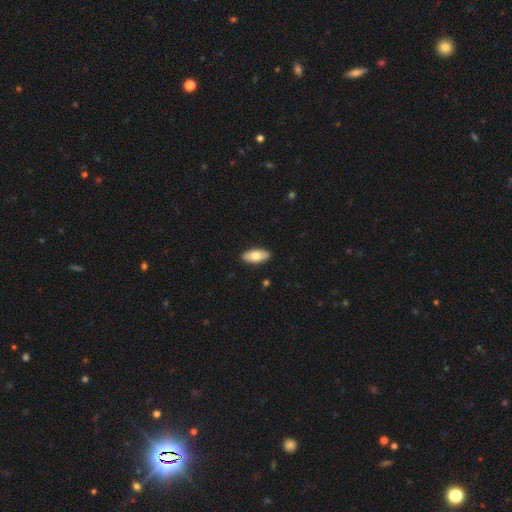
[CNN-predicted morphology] smooth_or_featured: smooth (p=0.75) [alt: featured or disk p=0.19]
how_rounded: in between (p=0.87) [alt: cigar-shaped p=0.11]
merging: none (p=0.90) [alt: minor disturbance p=0.07]